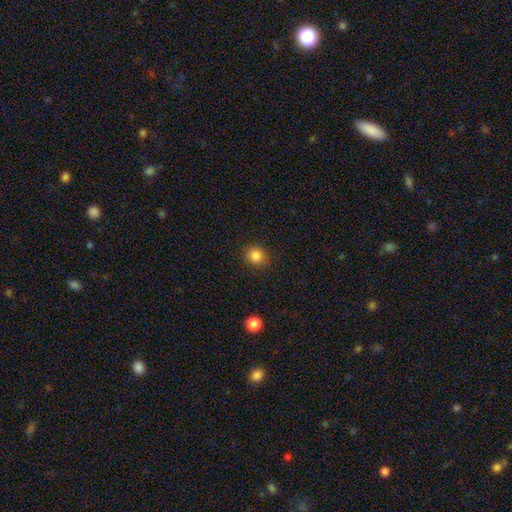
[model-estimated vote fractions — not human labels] Morphology: type=smooth (85%); roundness=round (83%); merging=none (88%).